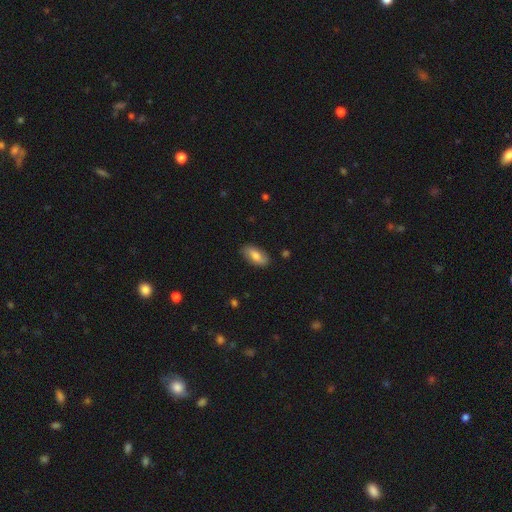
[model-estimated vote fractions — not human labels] This appears to be a smooth galaxy with no disk features (71%) that is in between round and cigar-shaped (89%). Merging: none (84%).